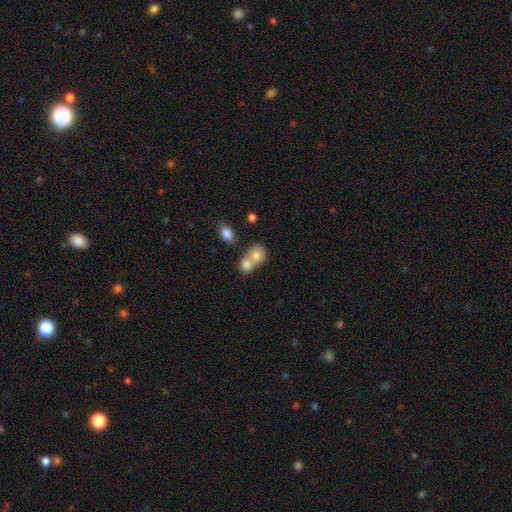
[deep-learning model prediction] smooth-or-featured: smooth: 77% | featured or disk: 14% | star or artifact: 9%
  how-rounded: round: 62% | in between: 37% | cigar-shaped: 1%
  merging: merger: 66% | none: 25% | minor disturbance: 6% | major disturbance: 3%